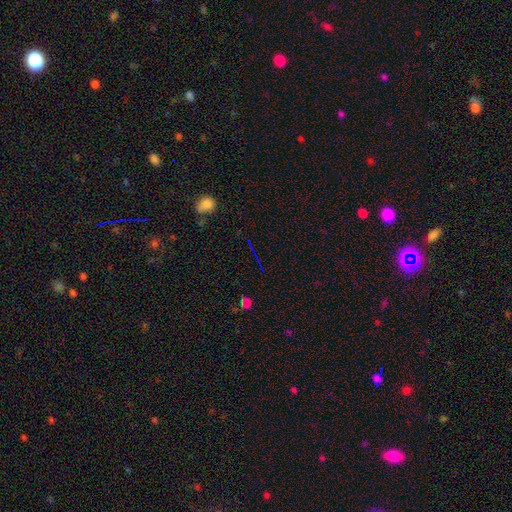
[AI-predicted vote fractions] Smooth or featured? star or artifact (64%)